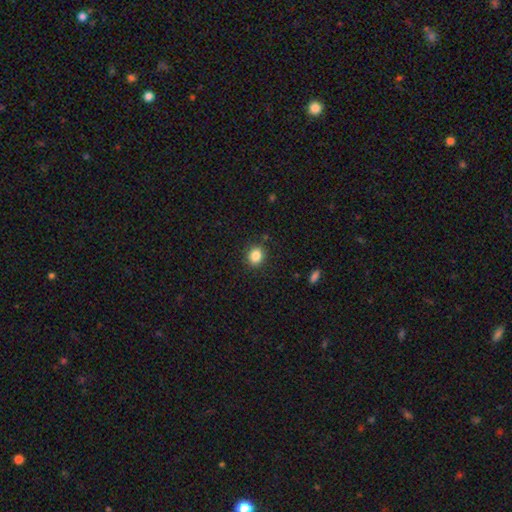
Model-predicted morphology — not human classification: type=smooth (85%); roundness=round (66%); merging=none (88%).